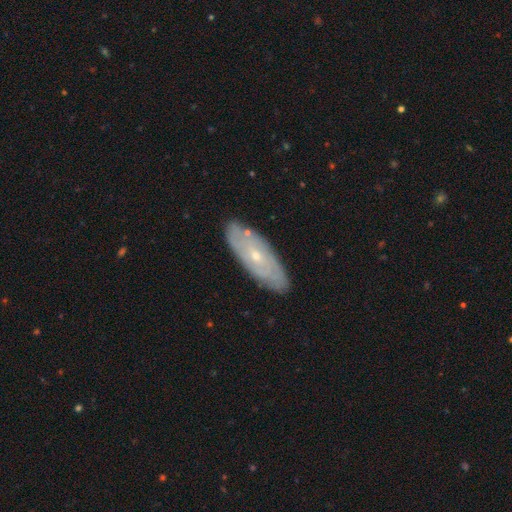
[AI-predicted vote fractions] Smooth or featured? Predicted: featured or disk (p=0.69). Edge-on disk? Predicted: no (p=0.82). Bar? Predicted: no (p=0.76). Spiral arms? Predicted: yes (p=0.77). Bulge size? Predicted: small (p=0.70). Merging? Predicted: none (p=0.85).